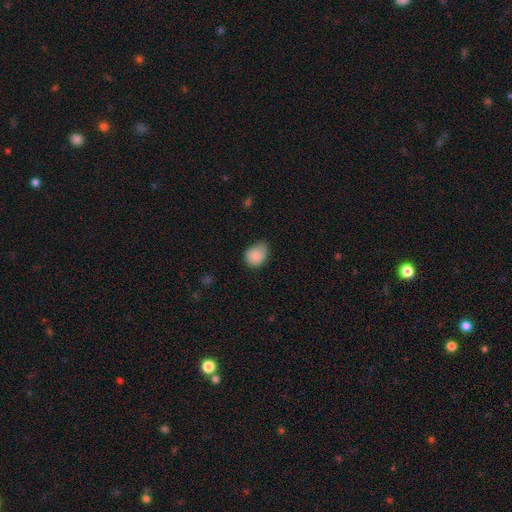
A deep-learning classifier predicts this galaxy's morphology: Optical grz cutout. It shows a smooth galaxy with no disk features (85%) that is in between round and cigar-shaped (56%). Merging: none (46%).